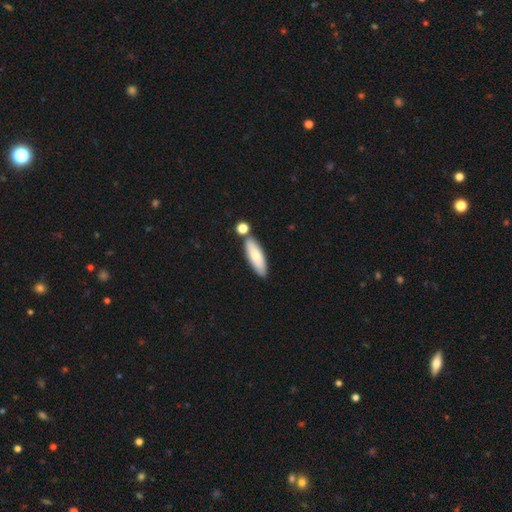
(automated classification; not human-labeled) A smooth galaxy with no disk features (76%) that is in between round and cigar-shaped (50%). Merging: none (74%).